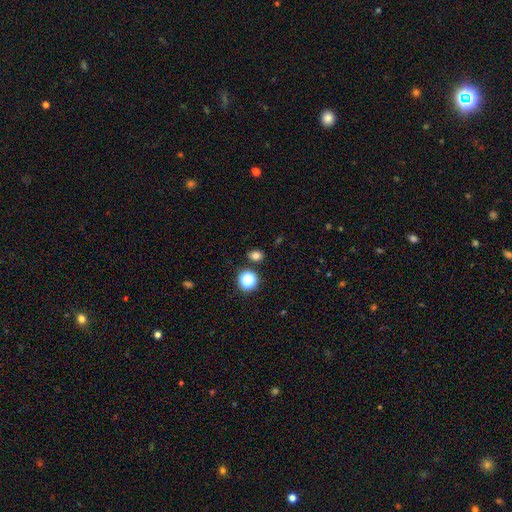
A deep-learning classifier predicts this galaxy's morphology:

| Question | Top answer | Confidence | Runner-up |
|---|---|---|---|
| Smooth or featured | smooth | 76% | star or artifact (19%) |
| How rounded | in between | 55% | round (44%) |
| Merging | none | 84% | minor disturbance (9%) |